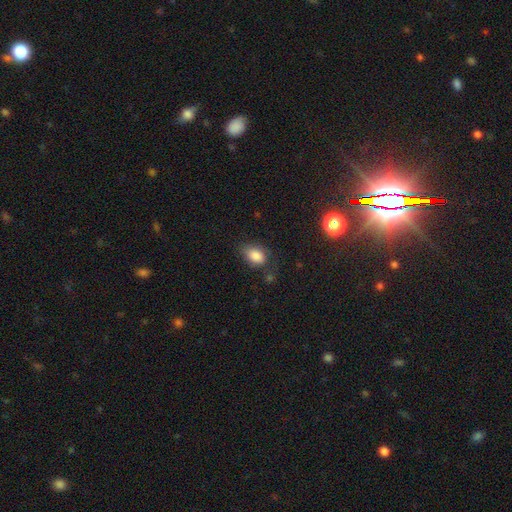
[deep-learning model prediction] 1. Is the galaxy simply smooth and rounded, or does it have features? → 85% smooth, 10% star or artifact, 6% featured or disk.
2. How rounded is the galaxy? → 83% in between, 15% round, 2% cigar-shaped.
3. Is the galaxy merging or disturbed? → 65% none, 25% minor disturbance, 7% major disturbance, 3% merger.